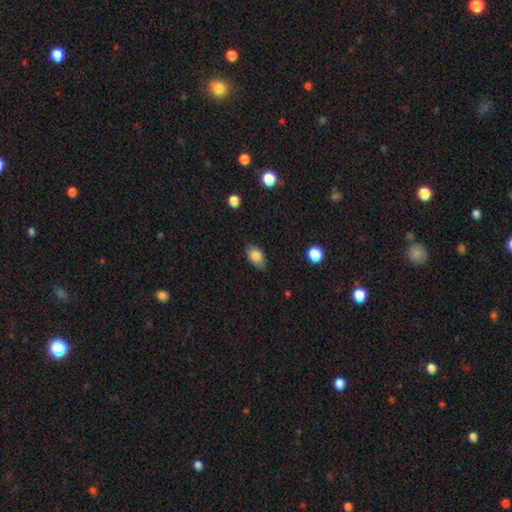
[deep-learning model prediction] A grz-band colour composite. It shows a smooth galaxy with no disk features (82%) that is in between round and cigar-shaped (87%). Merging: none (77%).